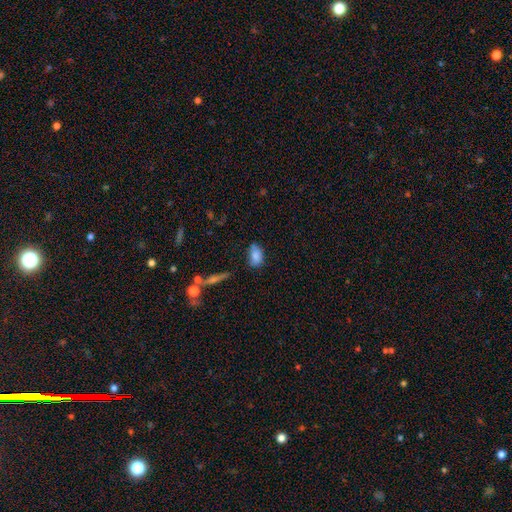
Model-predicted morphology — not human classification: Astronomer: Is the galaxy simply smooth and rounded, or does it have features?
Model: smooth — 83%.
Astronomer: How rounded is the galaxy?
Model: in between — 89%.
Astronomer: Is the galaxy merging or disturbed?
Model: none — 65%.